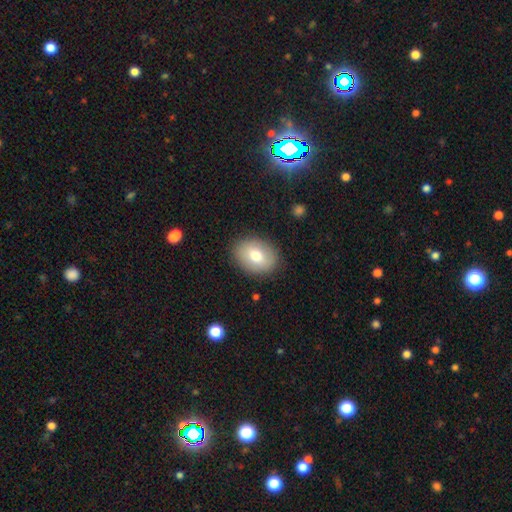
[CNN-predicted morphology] smooth-or-featured: smooth: 75% | featured or disk: 18% | star or artifact: 7%
  how-rounded: in between: 71% | round: 28% | cigar-shaped: 1%
  merging: none: 87% | minor disturbance: 10% | major disturbance: 3% | merger: 1%